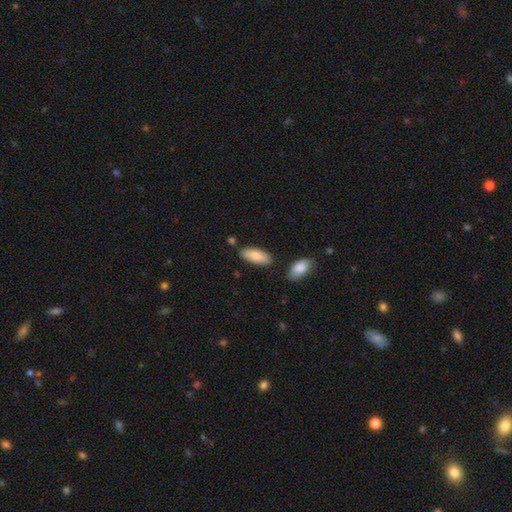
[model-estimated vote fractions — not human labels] The model was most divided on "merging": none: 80%, minor disturbance: 12%, merger: 5%, major disturbance: 2%. More confident: smooth or featured — smooth (84%); how rounded — in between (83%).